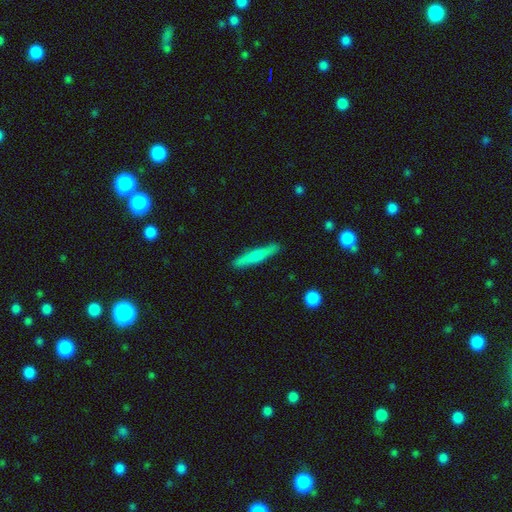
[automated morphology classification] A smooth galaxy with no disk features (63%) that is cigar-shaped (93%). Merging: none (88%).